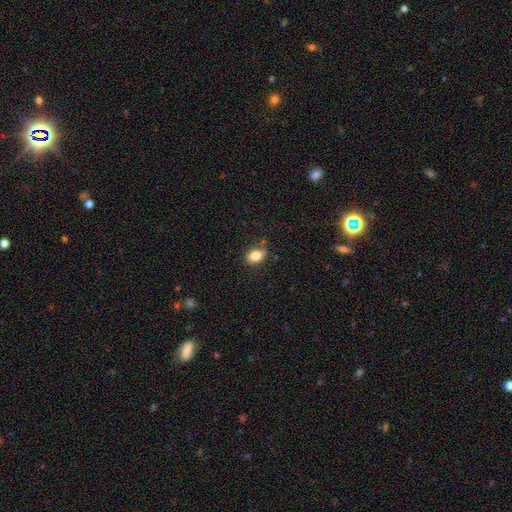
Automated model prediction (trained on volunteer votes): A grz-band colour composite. It shows a smooth galaxy with no disk features (83%) that is in between round and cigar-shaped (84%). Merging: none (79%).